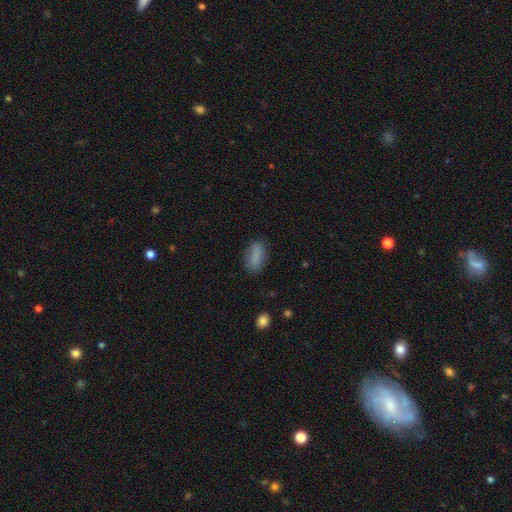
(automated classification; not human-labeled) smooth-or-featured: smooth: 84% | star or artifact: 9% | featured or disk: 7%
  how-rounded: in between: 81% | cigar-shaped: 14% | round: 4%
  merging: none: 78% | minor disturbance: 15% | major disturbance: 4% | merger: 2%